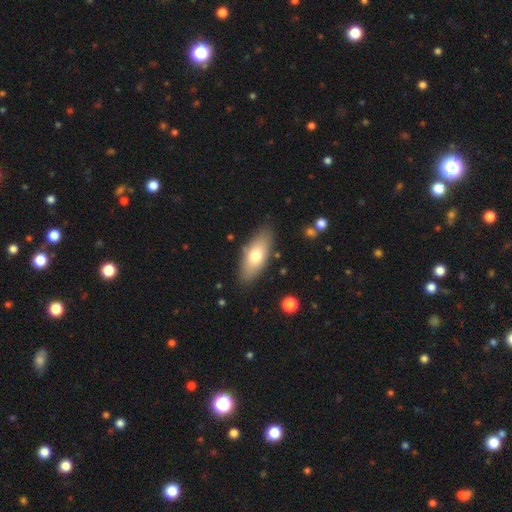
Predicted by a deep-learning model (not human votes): The model was most divided on "smooth or featured": smooth: 70%, featured or disk: 24%, star or artifact: 6%. More confident: merging — none (84%); how rounded — in between (79%).